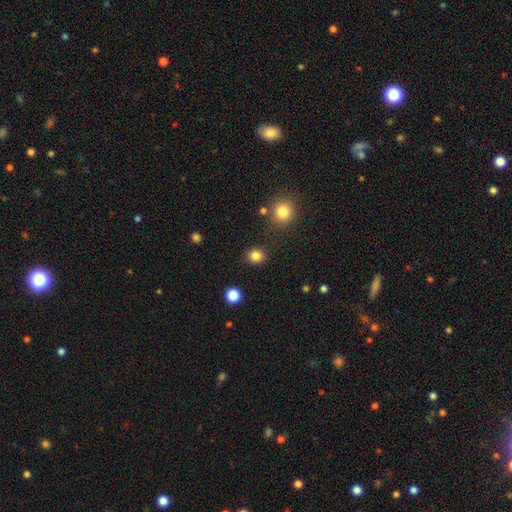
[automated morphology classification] Q: Smooth or featured?
A: smooth (84%); runner-up: star or artifact (12%)
Q: How rounded?
A: round (72%); runner-up: in between (27%)
Q: Merging?
A: none (88%); runner-up: minor disturbance (7%)